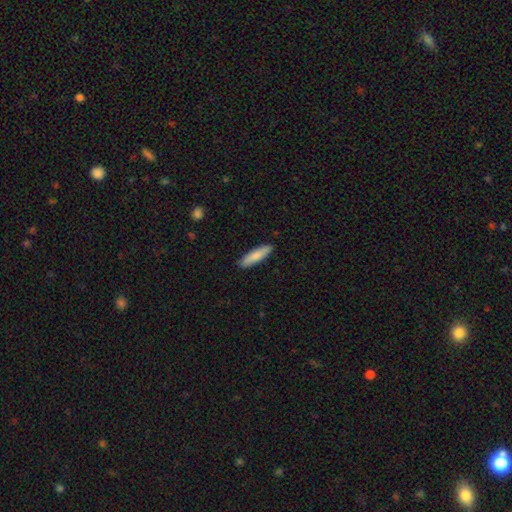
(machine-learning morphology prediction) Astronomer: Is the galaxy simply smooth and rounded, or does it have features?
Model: smooth — 83%.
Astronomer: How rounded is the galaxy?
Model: cigar-shaped — 69%.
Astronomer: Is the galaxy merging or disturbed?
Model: none — 89%.